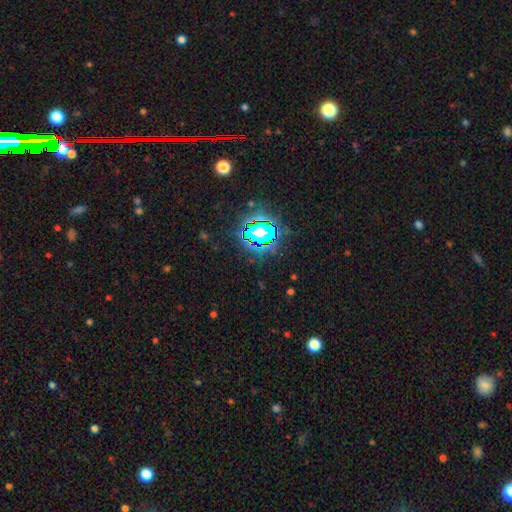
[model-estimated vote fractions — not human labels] Smooth or featured? Predicted: star or artifact (p=0.84).